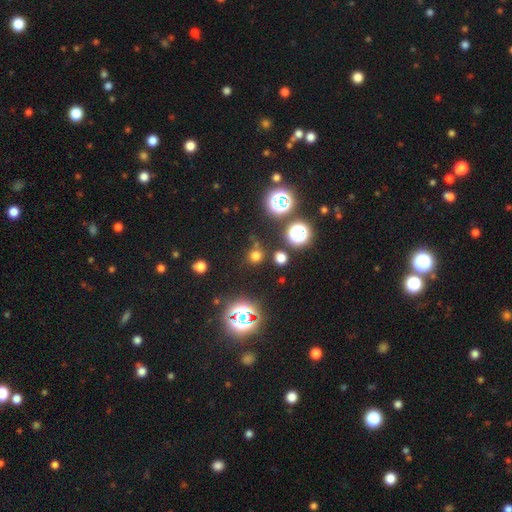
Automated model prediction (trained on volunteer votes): Smooth or featured? smooth (64%)
How rounded? round (91%)
Merging? none (80%)